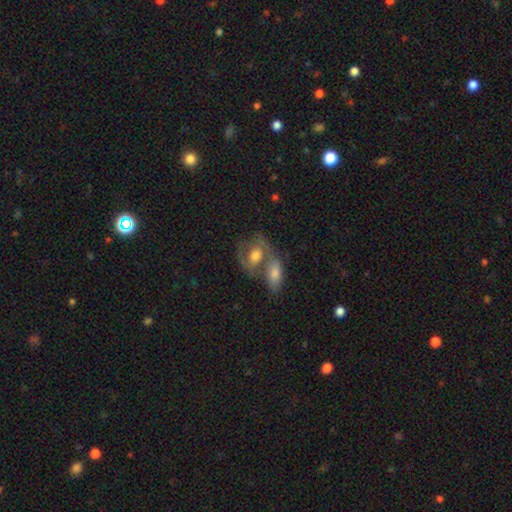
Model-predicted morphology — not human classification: A featured or disk galaxy (49%). Merging: merger (50%).